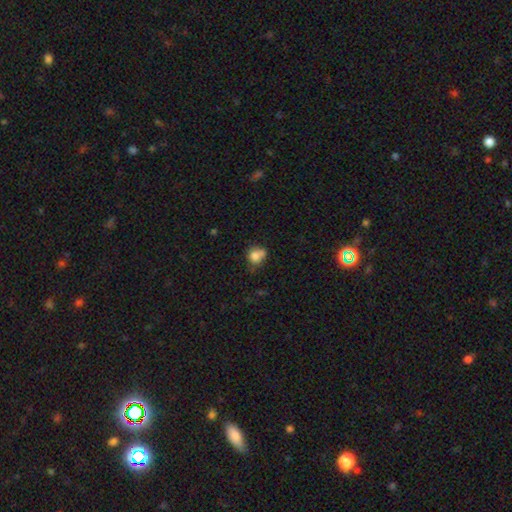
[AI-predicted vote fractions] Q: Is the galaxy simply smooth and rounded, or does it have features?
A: smooth — 77%.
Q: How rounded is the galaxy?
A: round — 69%.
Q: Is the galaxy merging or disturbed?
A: none — 38%.